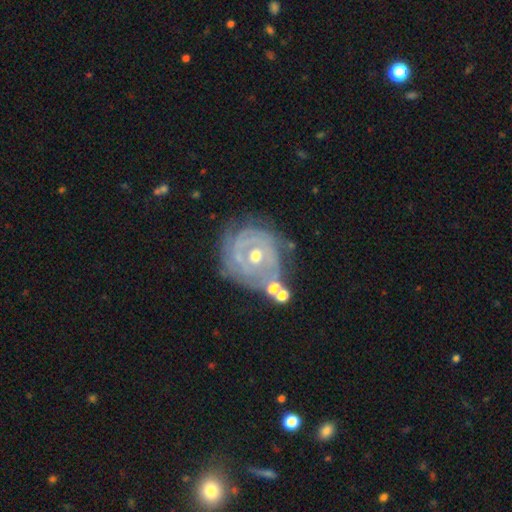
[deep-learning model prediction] Smooth or featured: featured or disk — 80% (smooth — 13%)
Edge-on disk: no — 97% (yes — 3%)
Bar: no — 74% (weak — 20%)
Spiral arms: yes — 82% (no — 18%)
Spiral winding: tight — 78% (medium — 16%)
Spiral arm count: can't tell — 44% (2 — 20%)
Bulge size: moderate — 66% (small — 29%)
Merging: none — 60% (minor disturbance — 21%)